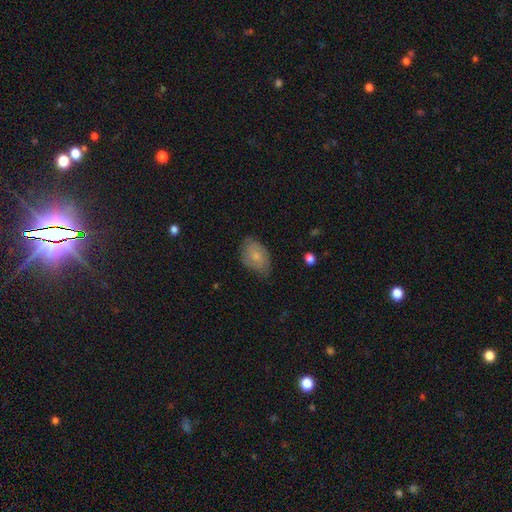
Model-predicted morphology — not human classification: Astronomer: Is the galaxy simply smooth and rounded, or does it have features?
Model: smooth — 60%.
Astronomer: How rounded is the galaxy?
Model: in between — 85%.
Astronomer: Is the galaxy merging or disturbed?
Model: none — 64%.